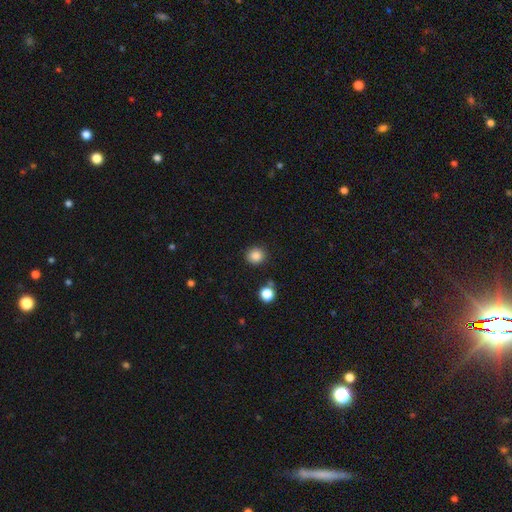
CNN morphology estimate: Q: Smooth or featured?
A: smooth (86%); runner-up: star or artifact (11%)
Q: How rounded?
A: round (90%); runner-up: in between (9%)
Q: Merging?
A: none (88%); runner-up: minor disturbance (7%)